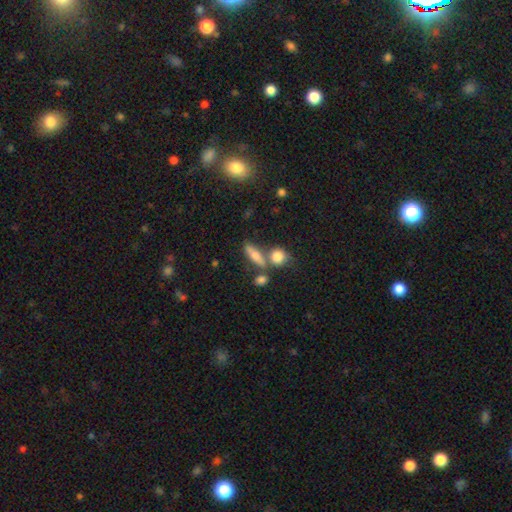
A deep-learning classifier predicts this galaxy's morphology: Smooth or featured: smooth — 60% (featured or disk — 28%)
How rounded: cigar-shaped — 48% (in between — 38%)
Merging: none — 64% (merger — 20%)